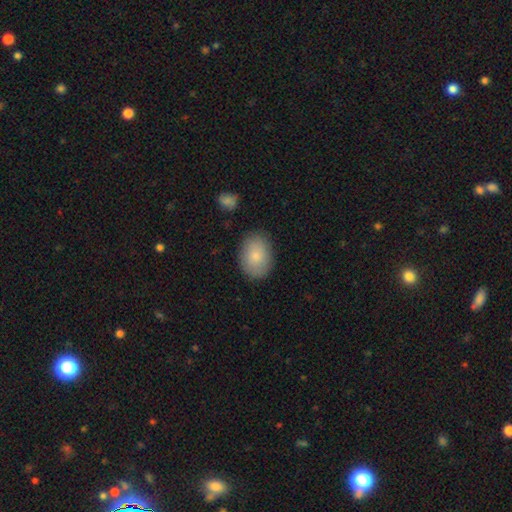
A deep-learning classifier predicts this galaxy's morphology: Q: Smooth or featured?
A: smooth (82%); runner-up: featured or disk (11%)
Q: How rounded?
A: in between (76%); runner-up: round (23%)
Q: Merging?
A: none (84%); runner-up: minor disturbance (11%)